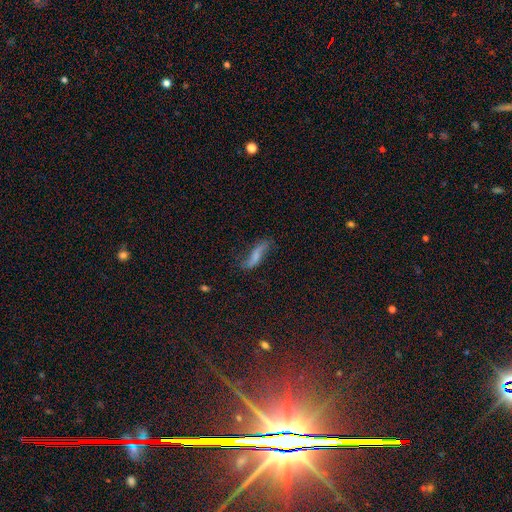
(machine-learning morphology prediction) Q: Smooth or featured?
A: smooth (52%); runner-up: featured or disk (39%)
Q: How rounded?
A: cigar-shaped (60%); runner-up: in between (37%)
Q: Merging?
A: none (55%); runner-up: minor disturbance (28%)